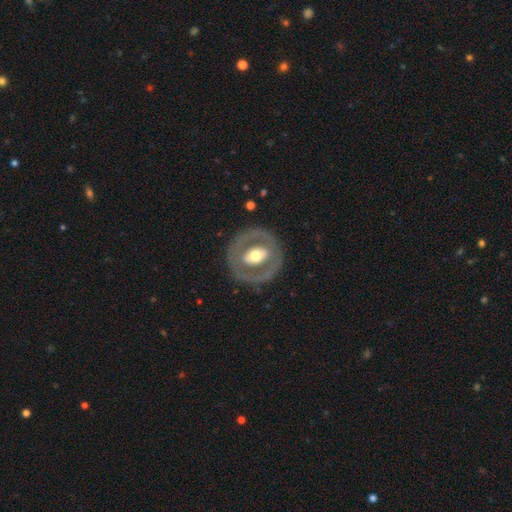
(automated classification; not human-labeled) The model was most divided on "bar": no: 51%, weak: 25%, strong: 24%. More confident: edge-on disk — no (94%); spiral arms — no (84%); merging — none (80%); smooth or featured — featured or disk (62%); bulge size — moderate (61%).